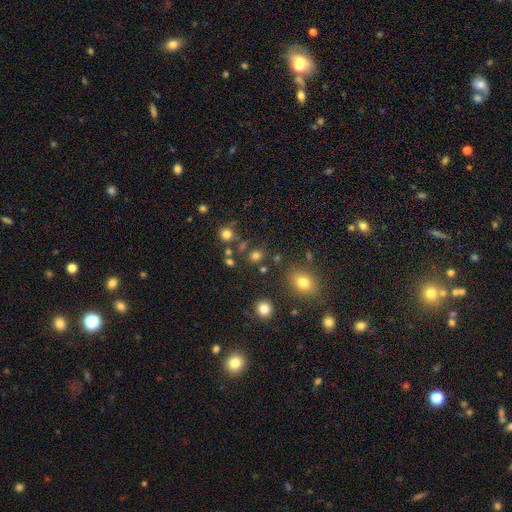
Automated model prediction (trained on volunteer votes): A smooth galaxy with no disk features (74%) that is round (73%).

Vote fractions:
- Smooth or featured? smooth: 74% / star or artifact: 19% / featured or disk: 7%
- How rounded? round: 73% / in between: 26% / cigar-shaped: 1%
- Merging? none: 75% / merger: 10% / minor disturbance: 10% / major disturbance: 4%